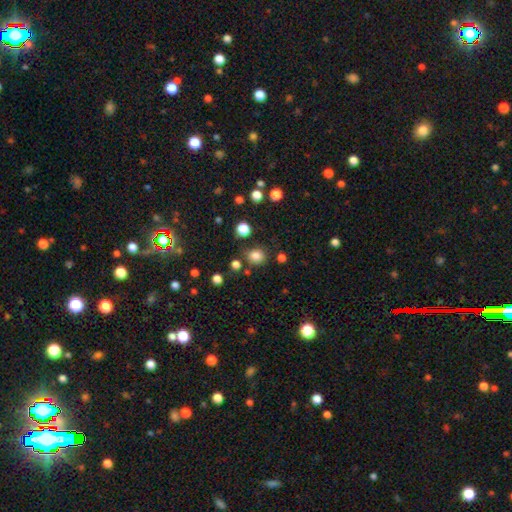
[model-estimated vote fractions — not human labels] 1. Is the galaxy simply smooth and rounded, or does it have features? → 82% smooth, 13% star or artifact, 5% featured or disk.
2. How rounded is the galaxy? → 82% round, 17% in between, 1% cigar-shaped.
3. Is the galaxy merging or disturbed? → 81% none, 10% minor disturbance, 6% merger, 4% major disturbance.